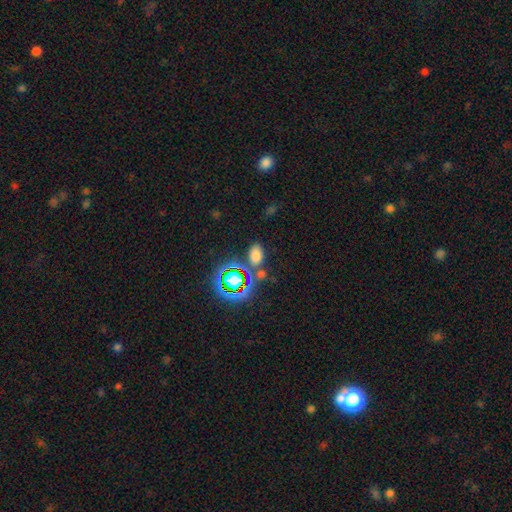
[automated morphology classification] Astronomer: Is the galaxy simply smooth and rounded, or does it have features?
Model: smooth — 66%.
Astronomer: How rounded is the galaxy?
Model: in between — 88%.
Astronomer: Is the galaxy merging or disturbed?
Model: none — 71%.